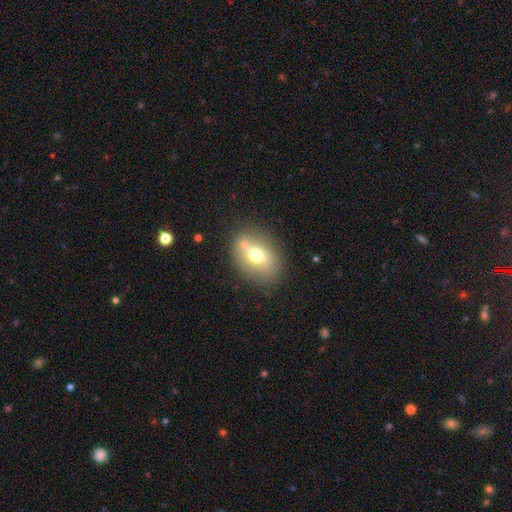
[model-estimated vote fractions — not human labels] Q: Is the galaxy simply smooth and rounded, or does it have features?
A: smooth — 66%.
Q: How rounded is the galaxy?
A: in between — 73%.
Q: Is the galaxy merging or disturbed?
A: none — 71%.